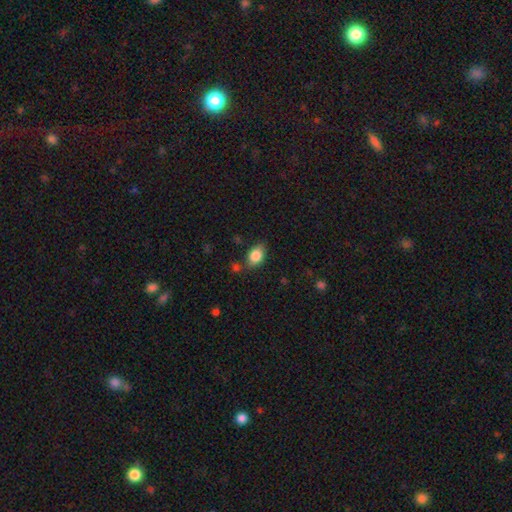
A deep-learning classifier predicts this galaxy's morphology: smooth_or_featured: smooth (p=0.85) [alt: star or artifact p=0.08]
how_rounded: in between (p=0.83) [alt: round p=0.15]
merging: none (p=0.74) [alt: minor disturbance p=0.17]